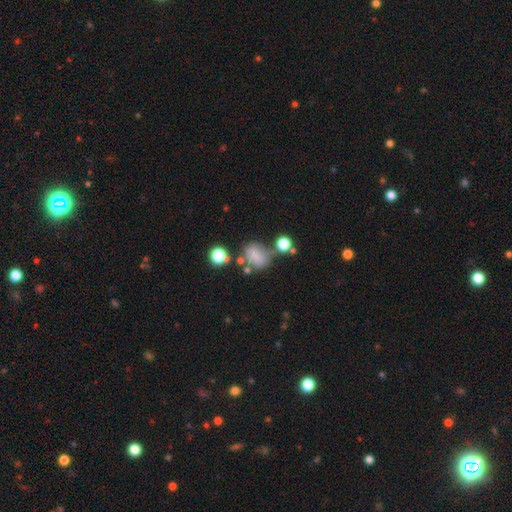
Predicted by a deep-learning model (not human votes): Smooth or featured? smooth (69%)
How rounded? in between (51%)
Merging? none (45%)